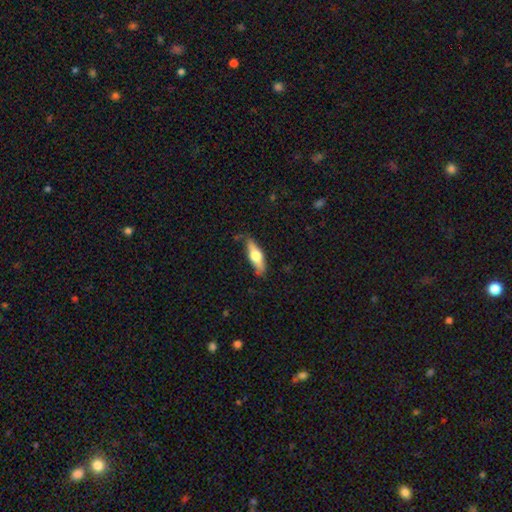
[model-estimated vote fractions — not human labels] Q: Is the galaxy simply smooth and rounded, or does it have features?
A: smooth — 51%.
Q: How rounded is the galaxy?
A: cigar-shaped — 52%.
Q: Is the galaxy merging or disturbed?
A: none — 75%.